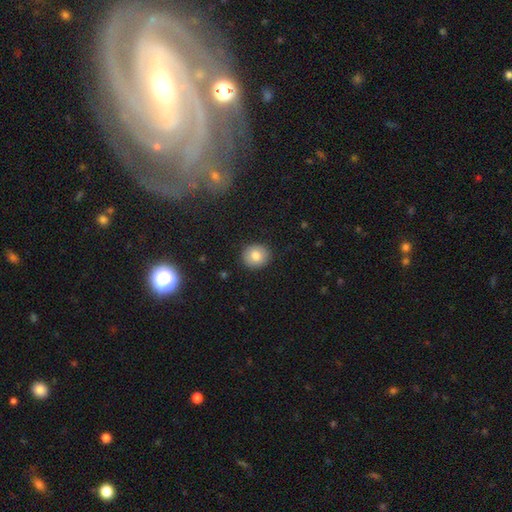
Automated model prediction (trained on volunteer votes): Morphology: type=smooth (80%); roundness=round (84%); merging=none (89%).